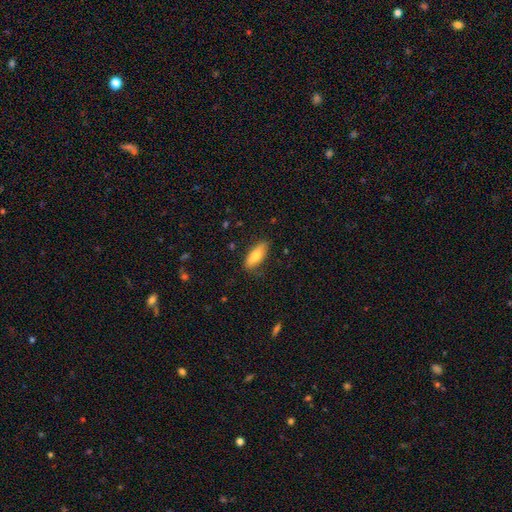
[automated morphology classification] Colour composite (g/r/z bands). It shows a smooth galaxy with no disk features (76%) that is in between round and cigar-shaped (72%). Merging: none (78%).